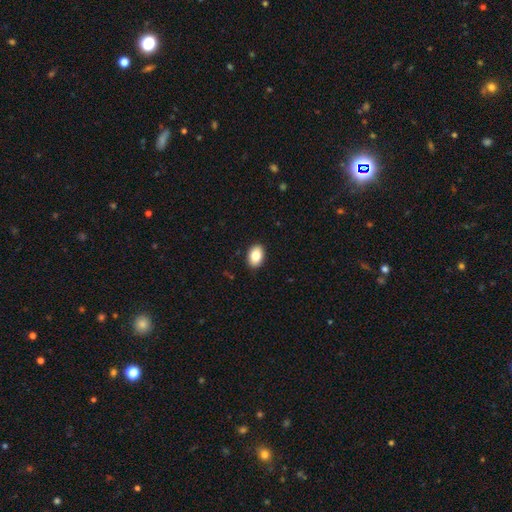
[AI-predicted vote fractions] A smooth galaxy with no disk features (85%) that is in between round and cigar-shaped (87%).

Vote fractions:
- Smooth or featured? smooth: 85% / featured or disk: 8% / star or artifact: 7%
- How rounded? in between: 87% / round: 12% / cigar-shaped: 1%
- Merging? none: 90% / minor disturbance: 7% / major disturbance: 2% / merger: 1%